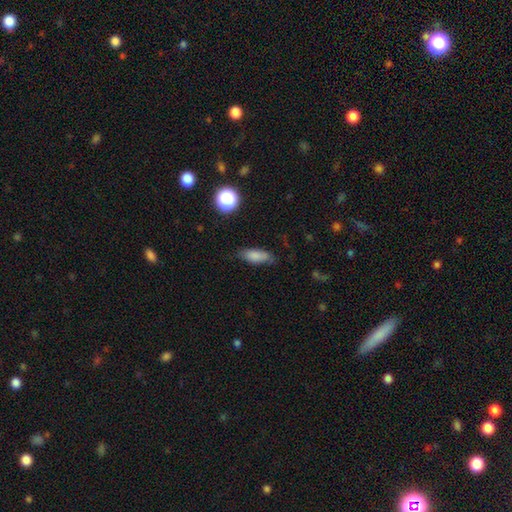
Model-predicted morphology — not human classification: A smooth galaxy with no disk features (81%) that is in between round and cigar-shaped (70%). Merging: none (71%).